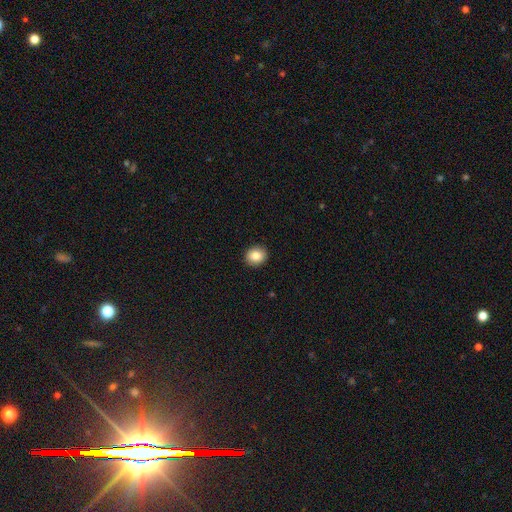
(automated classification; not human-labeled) A smooth galaxy with no disk features (84%) that is round (76%).

Vote fractions:
- Smooth or featured? smooth: 84% / star or artifact: 9% / featured or disk: 7%
- How rounded? round: 76% / in between: 23% / cigar-shaped: 1%
- Merging? none: 91% / minor disturbance: 6% / major disturbance: 2% / merger: 1%